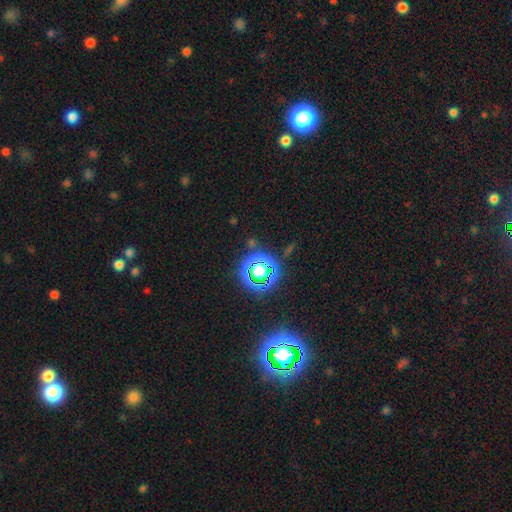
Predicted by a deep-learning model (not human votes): This appears to be a star or artifact, not a galaxy (78%).